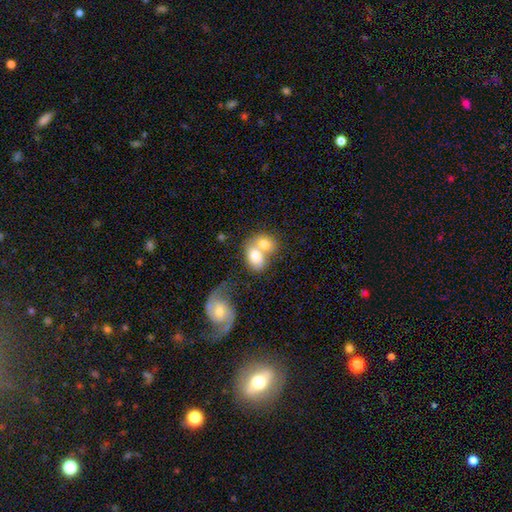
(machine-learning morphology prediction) Smooth or featured?
  - smooth: 63% *
  - featured or disk: 30%
  - star or artifact: 7%
How rounded?
  - in between: 65% *
  - round: 34%
  - cigar-shaped: 1%
Merging?
  - merger: 75% *
  - none: 13%
  - minor disturbance: 6%
  - major disturbance: 5%